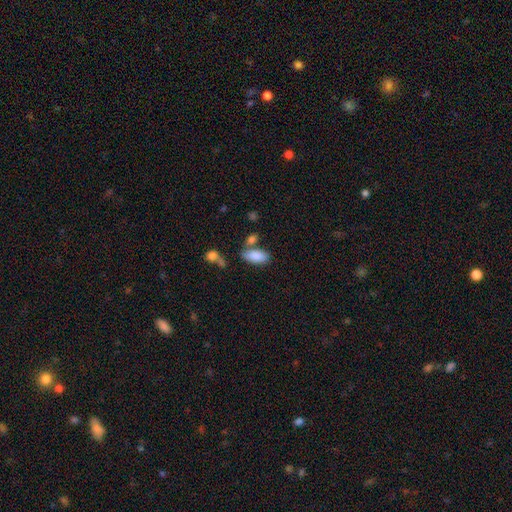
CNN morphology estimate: Smooth or featured? smooth (86%)
How rounded? in between (91%)
Merging? none (58%)